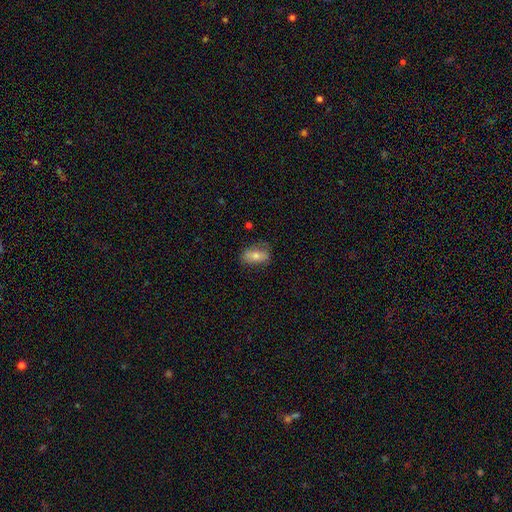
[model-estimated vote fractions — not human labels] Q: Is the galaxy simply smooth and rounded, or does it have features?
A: smooth — 64%.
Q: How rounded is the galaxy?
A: in between — 85%.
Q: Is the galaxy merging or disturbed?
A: none — 74%.